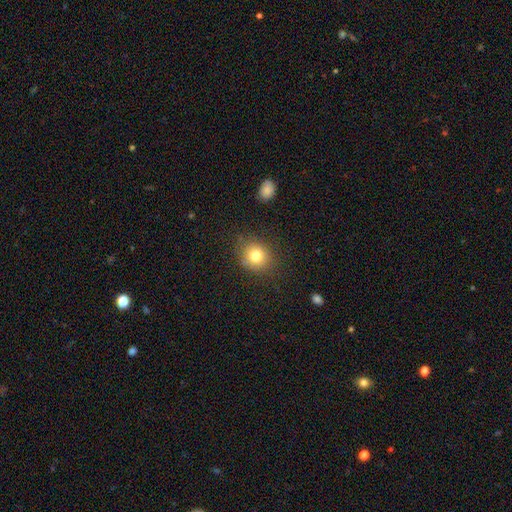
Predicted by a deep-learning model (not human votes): smooth_or_featured: smooth (p=0.79) [alt: star or artifact p=0.12]
how_rounded: round (p=0.82) [alt: in between p=0.17]
merging: none (p=0.83) [alt: minor disturbance p=0.12]